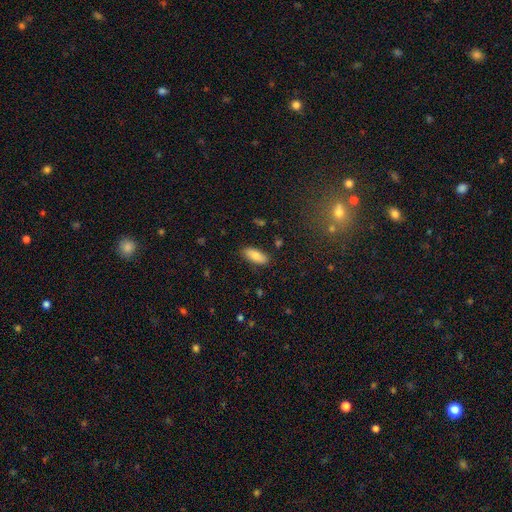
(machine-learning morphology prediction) A smooth galaxy with no disk features (83%) that is in between round and cigar-shaped (82%). Merging: none (85%).